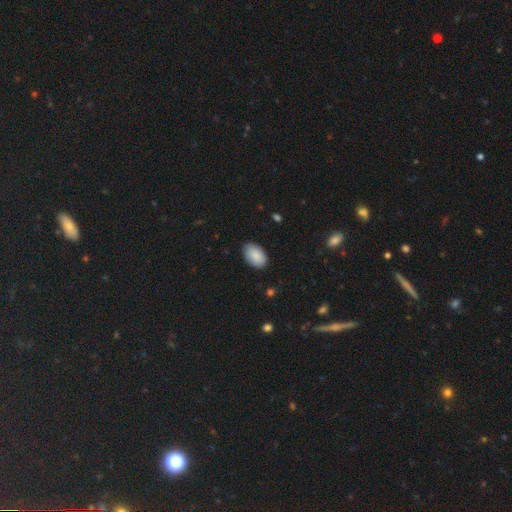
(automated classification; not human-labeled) Overall: smooth (89%). How rounded: in between (93%). Merging: none (86%).